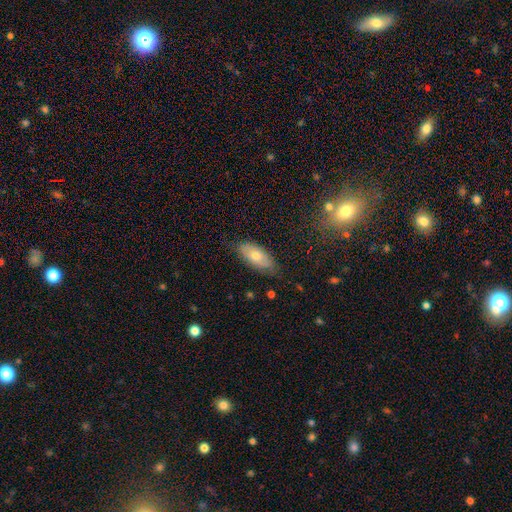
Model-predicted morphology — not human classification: Overall: smooth (67%). How rounded: in between (85%). Merging: none (80%).